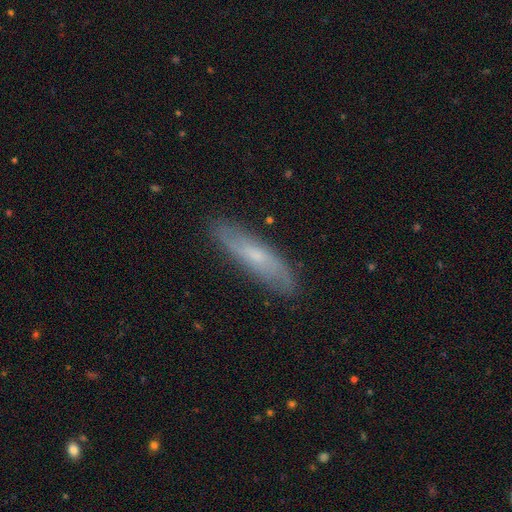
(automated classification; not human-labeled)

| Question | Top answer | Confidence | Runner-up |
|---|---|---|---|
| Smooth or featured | featured or disk | 48% | smooth (45%) |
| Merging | none | 84% | minor disturbance (13%) |